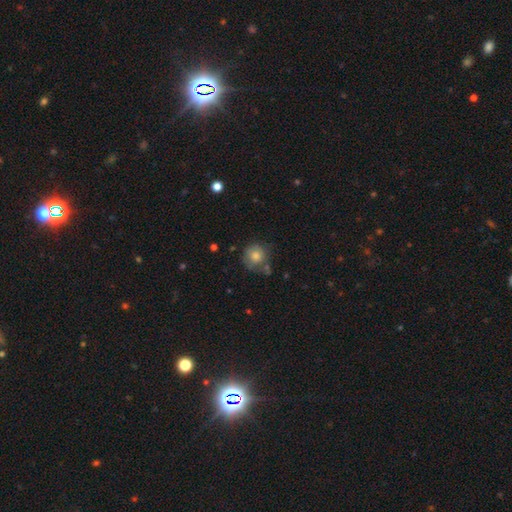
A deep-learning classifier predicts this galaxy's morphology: Smooth or featured: smooth — 74% (featured or disk — 17%)
How rounded: round — 87% (in between — 12%)
Merging: none — 56% (minor disturbance — 25%)